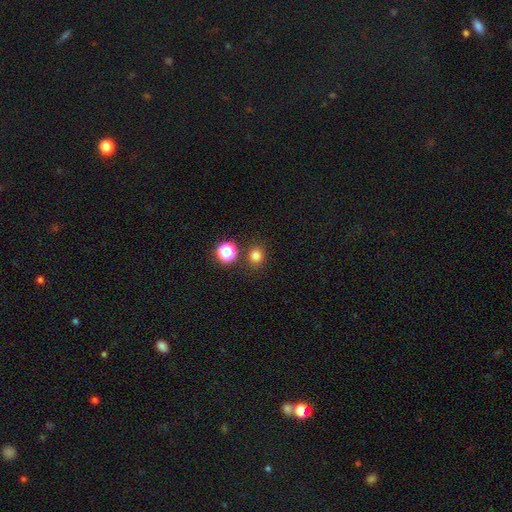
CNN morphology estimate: A smooth galaxy with no disk features (78%) that is round (82%).

Vote fractions:
- Smooth or featured? smooth: 78% / star or artifact: 17% / featured or disk: 5%
- How rounded? round: 82% / in between: 17% / cigar-shaped: 1%
- Merging? none: 82% / minor disturbance: 8% / merger: 7% / major disturbance: 3%